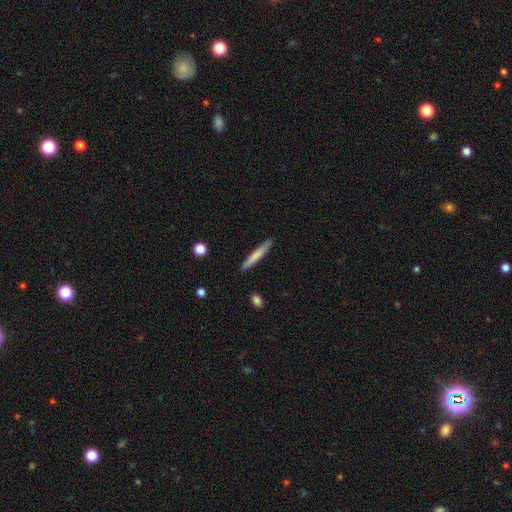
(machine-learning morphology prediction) type=smooth (73%); roundness=cigar-shaped (95%); merging=none (89%).